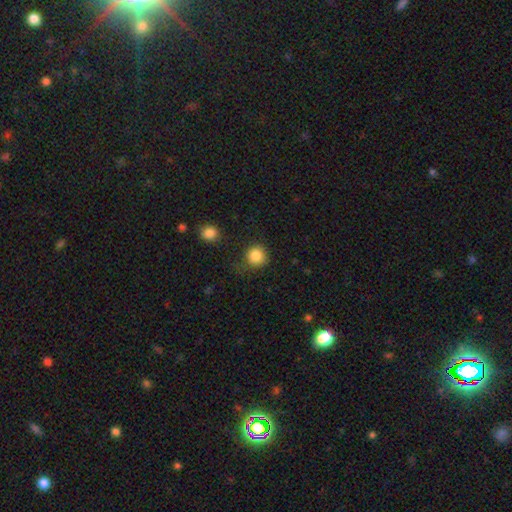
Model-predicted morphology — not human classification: Smooth or featured: smooth — 85% (star or artifact — 10%)
How rounded: round — 91% (in between — 8%)
Merging: none — 75% (minor disturbance — 15%)